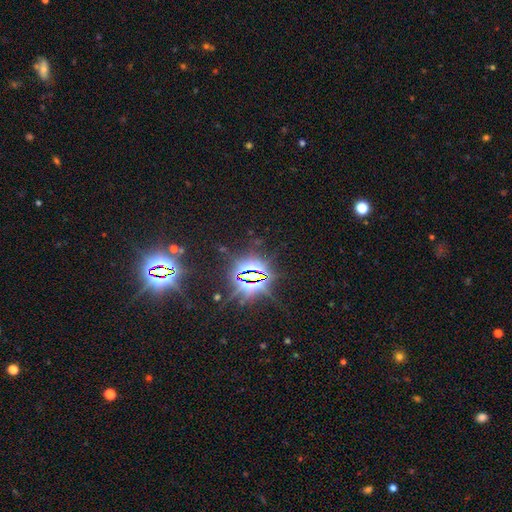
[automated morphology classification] Smooth or featured? Predicted: star or artifact (p=0.85).